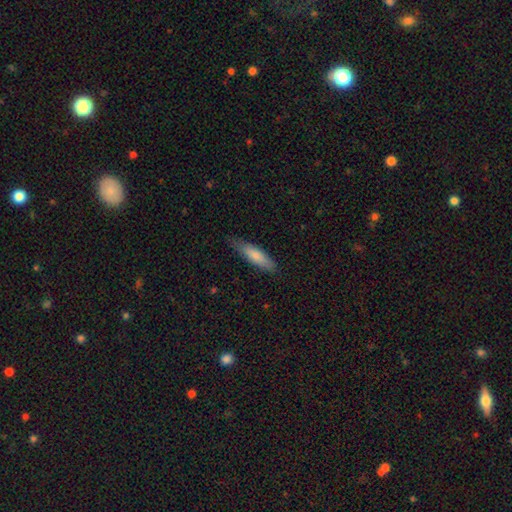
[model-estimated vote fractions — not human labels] Smooth or featured? smooth (79%)
How rounded? cigar-shaped (66%)
Merging? none (76%)